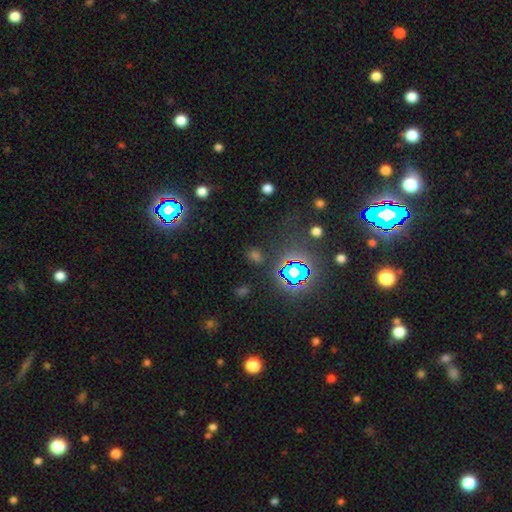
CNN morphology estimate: Smooth or featured: star or artifact — 55% (smooth — 38%)